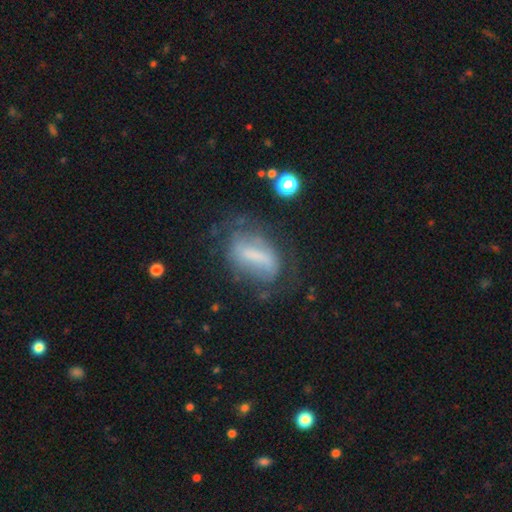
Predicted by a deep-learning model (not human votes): smooth-or-featured: featured or disk: 49% | smooth: 41% | star or artifact: 11%
  merging: none: 47% | minor disturbance: 25% | major disturbance: 23% | merger: 5%